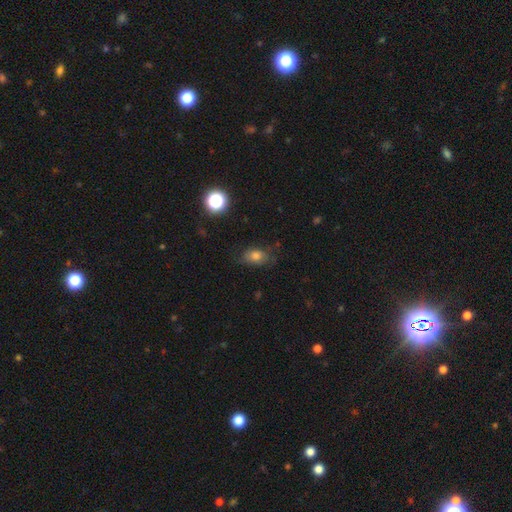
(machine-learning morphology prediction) smooth_or_featured: smooth (p=0.75) [alt: star or artifact p=0.13]
how_rounded: in between (p=0.79) [alt: round p=0.19]
merging: none (p=0.65) [alt: minor disturbance p=0.25]